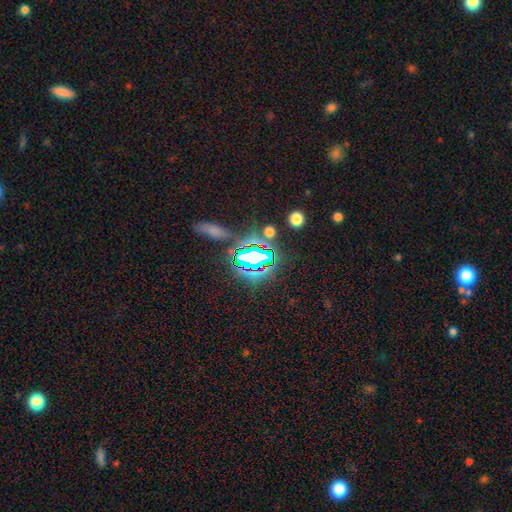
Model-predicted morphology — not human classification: Smooth or featured?
  - star or artifact: 67% *
  - smooth: 21%
  - featured or disk: 11%